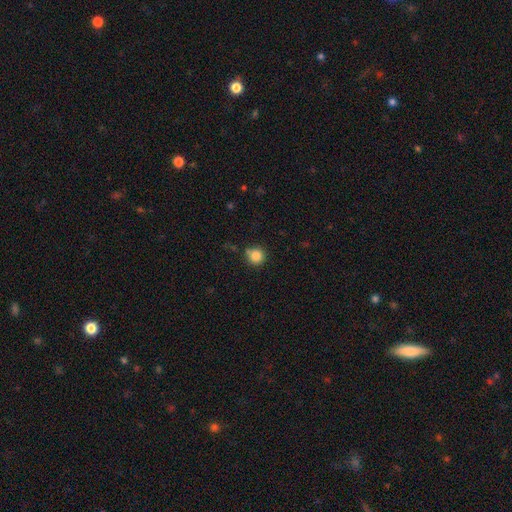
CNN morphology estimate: type=smooth (84%); roundness=round (94%); merging=none (76%).